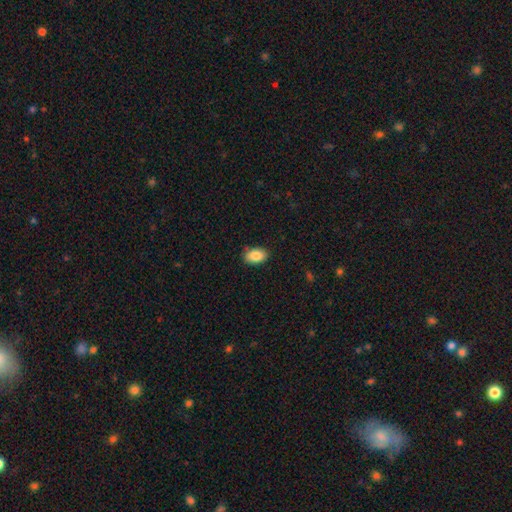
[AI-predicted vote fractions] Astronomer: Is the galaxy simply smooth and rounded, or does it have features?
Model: smooth — 87%.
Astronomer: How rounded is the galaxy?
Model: in between — 90%.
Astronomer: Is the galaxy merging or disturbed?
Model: none — 86%.